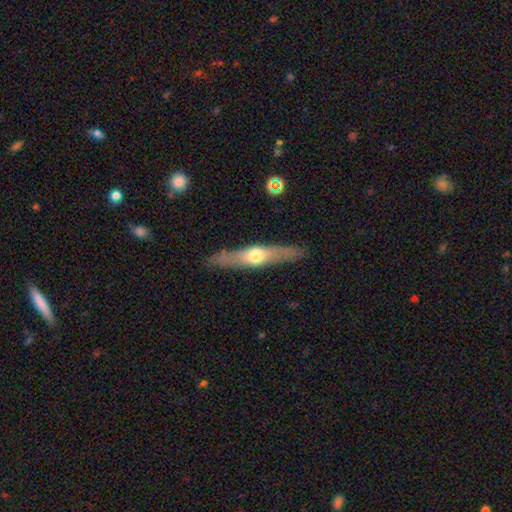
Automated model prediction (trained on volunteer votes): A featured or disk galaxy (57%) viewed edge-on (87%). Merging: none (87%).